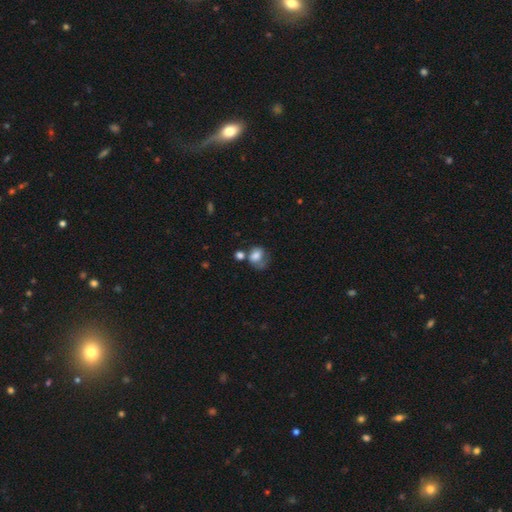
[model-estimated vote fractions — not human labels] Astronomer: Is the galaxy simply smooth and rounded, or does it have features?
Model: smooth — 71%.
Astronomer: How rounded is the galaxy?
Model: in between — 53% (runner-up: round, 46%).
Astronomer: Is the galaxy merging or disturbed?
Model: none — 31% (runner-up: major disturbance, 25%).